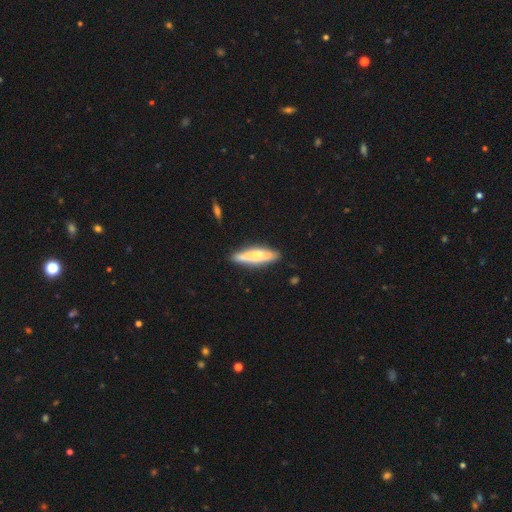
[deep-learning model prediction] Smooth or featured?
  - smooth: 63% *
  - featured or disk: 32%
  - star or artifact: 5%
How rounded?
  - cigar-shaped: 75% *
  - in between: 24%
  - round: 2%
Merging?
  - none: 82% *
  - minor disturbance: 14%
  - major disturbance: 2%
  - merger: 2%